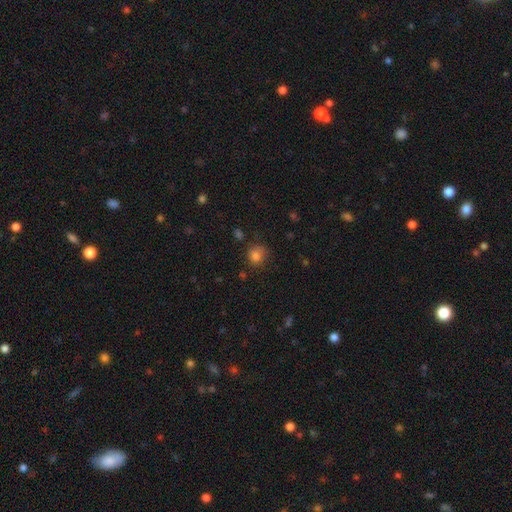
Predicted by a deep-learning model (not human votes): This appears to be a smooth galaxy with no disk features (81%) that is round (78%). Merging: none (67%).